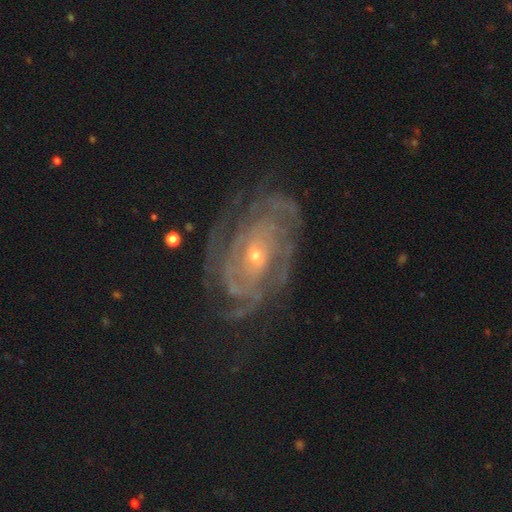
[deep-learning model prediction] Smooth or featured?
  - featured or disk: 88% *
  - smooth: 6%
  - star or artifact: 6%
Edge-on disk?
  - no: 96% *
  - yes: 4%
Bar?
  - no: 61% *
  - weak: 29%
  - strong: 10%
Spiral arms?
  - yes: 93% *
  - no: 7%
Spiral winding?
  - tight: 67% *
  - medium: 26%
  - loose: 7%
Spiral arm count?
  - can't tell: 36% *
  - 2: 20%
  - 3: 15%
  - 4: 13%
  - more than 4: 9%
  - 1: 7%
Bulge size?
  - small: 68% *
  - moderate: 28%
  - large: 2%
  - none: 1%
  - dominant: 1%
Merging?
  - none: 68% *
  - minor disturbance: 19%
  - major disturbance: 12%
  - merger: 2%